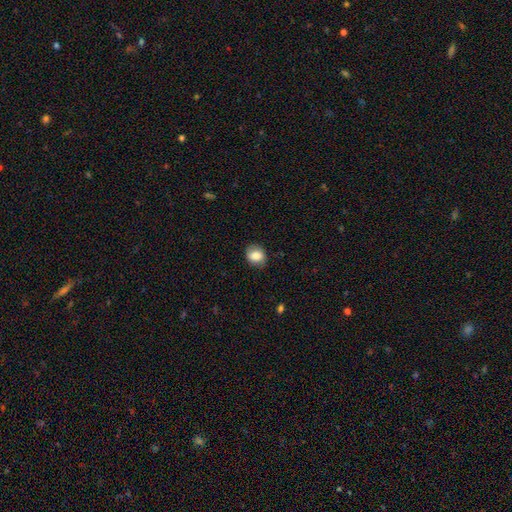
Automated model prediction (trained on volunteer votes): Q: Smooth or featured?
A: smooth (83%); runner-up: featured or disk (9%)
Q: How rounded?
A: round (60%); runner-up: in between (39%)
Q: Merging?
A: none (83%); runner-up: minor disturbance (13%)